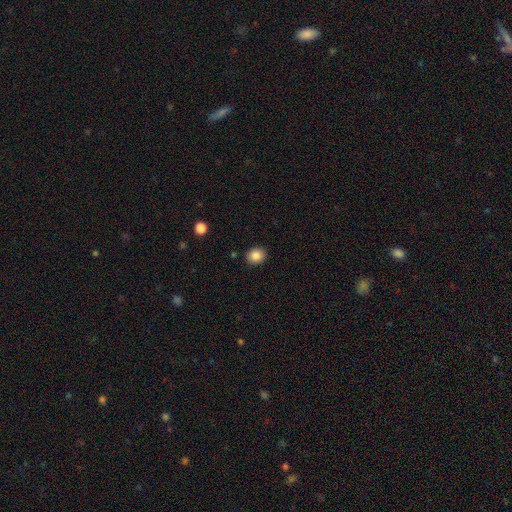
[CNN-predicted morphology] type=smooth (86%); roundness=round (67%); merging=none (89%).